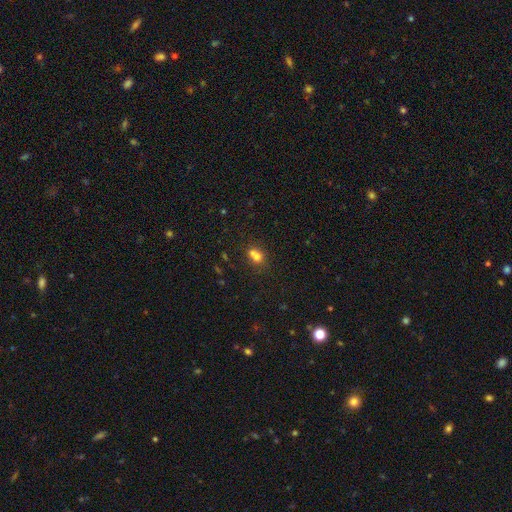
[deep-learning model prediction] This is likely a smooth galaxy (70%). How rounded: possibly round (51%). Merging: possibly merger (52%).